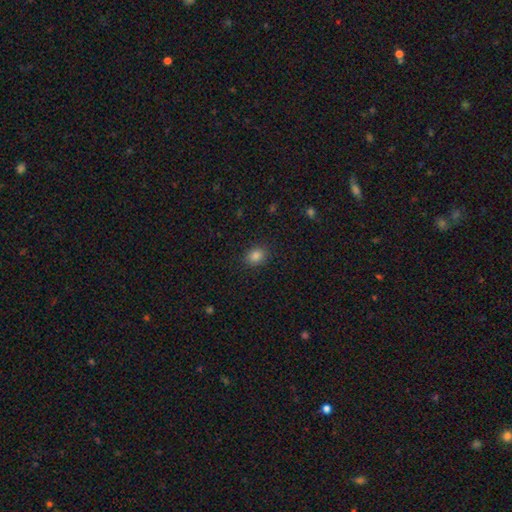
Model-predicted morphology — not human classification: A smooth galaxy with no disk features (84%) that is round (54%). Merging: none (89%).